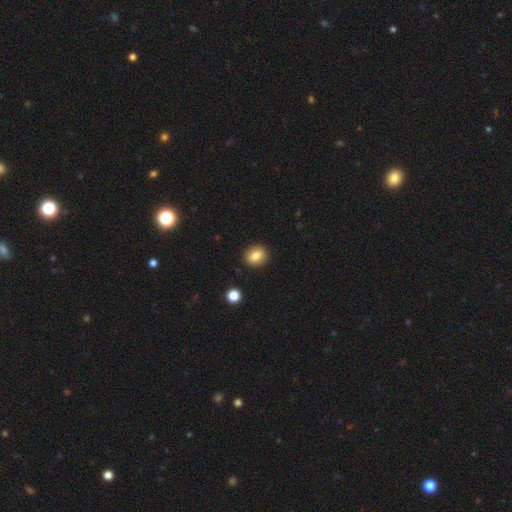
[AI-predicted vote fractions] Smooth or featured: smooth — 82% (star or artifact — 10%)
How rounded: round — 76% (in between — 23%)
Merging: none — 90% (minor disturbance — 7%)